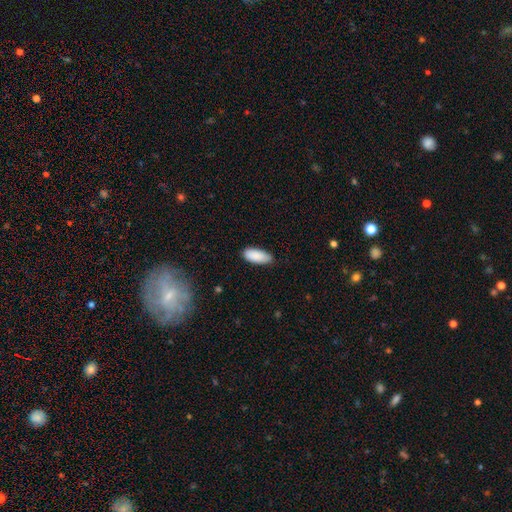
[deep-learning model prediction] Morphology: type=smooth (90%); roundness=in between (86%); merging=none (80%).